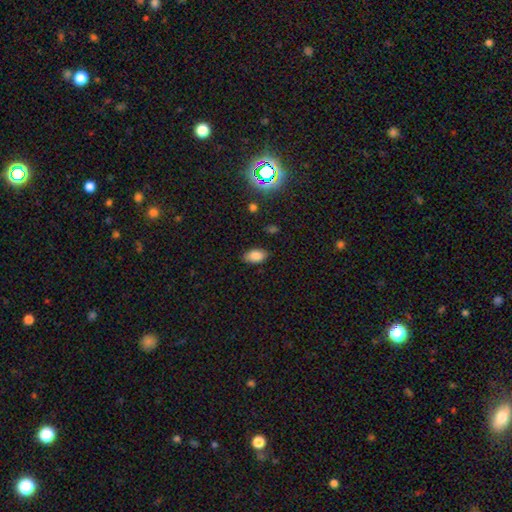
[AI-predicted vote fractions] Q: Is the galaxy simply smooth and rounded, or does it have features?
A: smooth — 84%.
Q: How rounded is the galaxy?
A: in between — 92%.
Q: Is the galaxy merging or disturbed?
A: none — 83%.